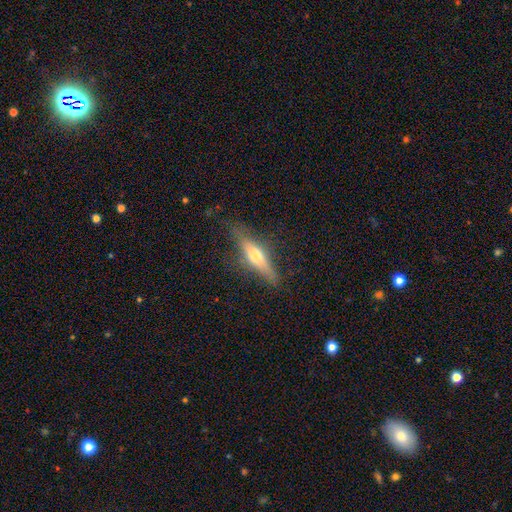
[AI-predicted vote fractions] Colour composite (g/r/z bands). It shows a featured or disk galaxy (55%) viewed edge-on (91%) with a rounded central bulge (87%). Merging: none (78%).